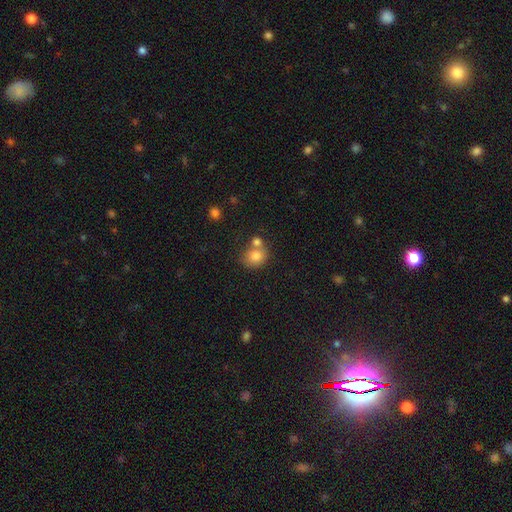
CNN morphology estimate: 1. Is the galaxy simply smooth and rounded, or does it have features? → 78% smooth, 11% featured or disk, 11% star or artifact.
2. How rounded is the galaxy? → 73% round, 27% in between, 1% cigar-shaped.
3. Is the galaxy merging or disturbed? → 49% none, 36% merger, 11% minor disturbance, 4% major disturbance.